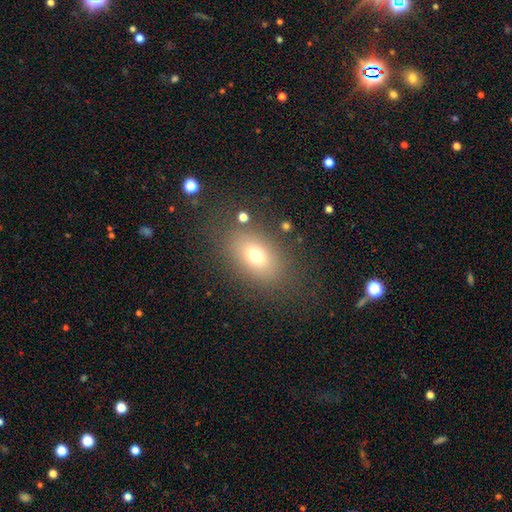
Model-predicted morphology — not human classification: smooth 70%, featured or disk 15%, star or artifact 14%. Down the decision tree: how rounded — in between (79%); merging — none (80%).